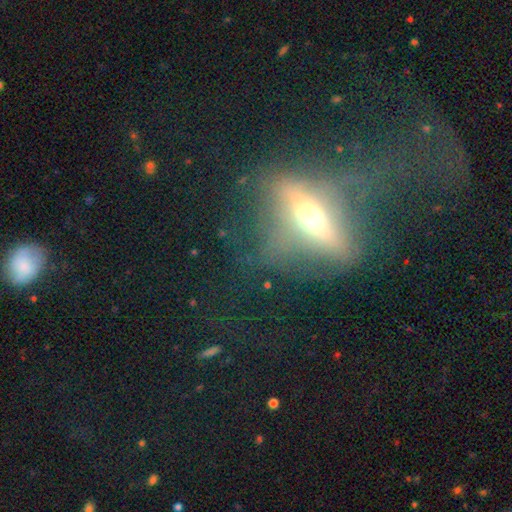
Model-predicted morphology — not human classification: smooth_or_featured: featured or disk (p=0.60) [alt: smooth p=0.24]
disk_edge_on: yes (p=0.73) [alt: no p=0.27]
merging: none (p=0.42) [alt: major disturbance p=0.37]